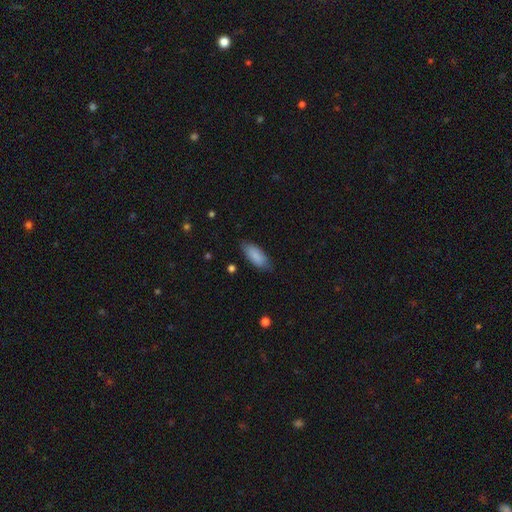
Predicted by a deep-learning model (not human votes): A smooth galaxy with no disk features (86%) that is in between round and cigar-shaped (80%). Merging: none (78%).